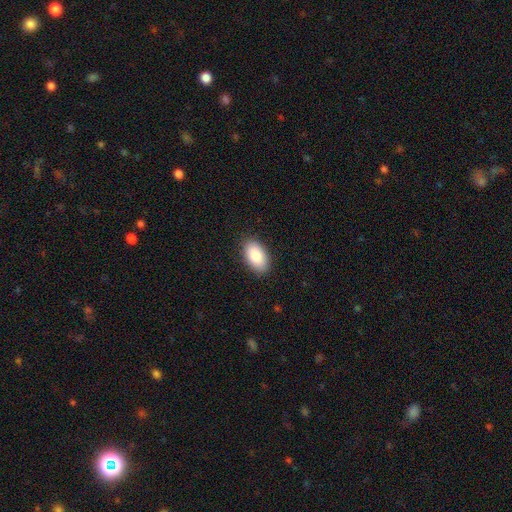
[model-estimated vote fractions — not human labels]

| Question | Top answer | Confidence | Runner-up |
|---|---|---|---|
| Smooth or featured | smooth | 88% | star or artifact (6%) |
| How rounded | in between | 95% | round (4%) |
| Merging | none | 88% | minor disturbance (9%) |